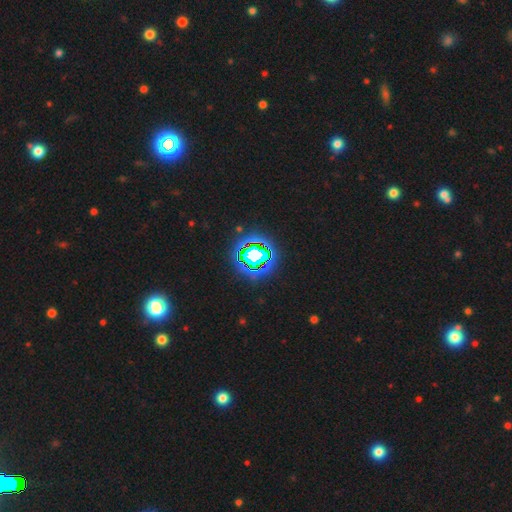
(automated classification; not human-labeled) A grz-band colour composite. It shows a star or artifact, not a galaxy (76%).